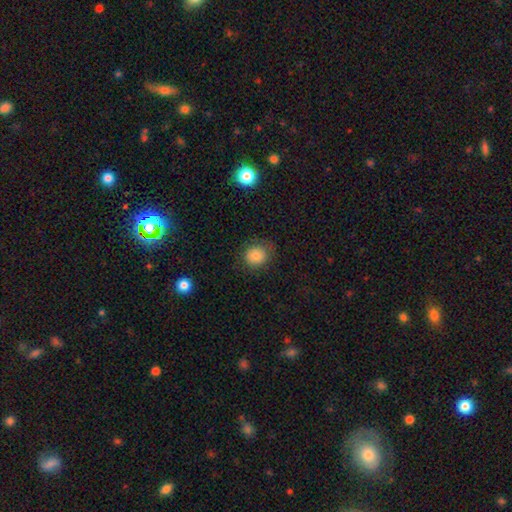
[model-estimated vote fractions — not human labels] The model was most divided on "how rounded": round: 77%, in between: 22%, cigar-shaped: 1%. More confident: smooth or featured — smooth (82%); merging — none (78%).